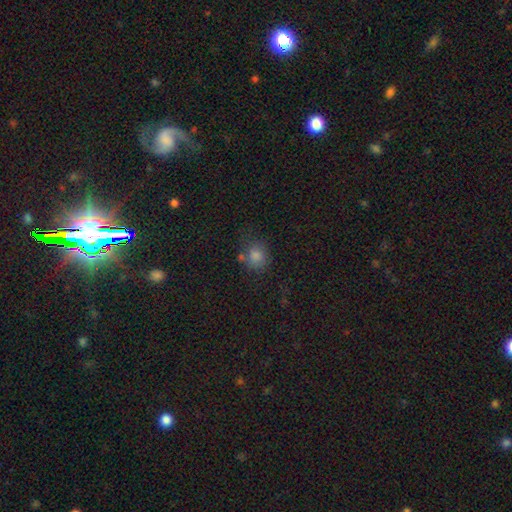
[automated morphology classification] Q: Smooth or featured?
A: smooth (77%); runner-up: star or artifact (16%)
Q: How rounded?
A: round (73%); runner-up: in between (26%)
Q: Merging?
A: none (67%); runner-up: minor disturbance (17%)